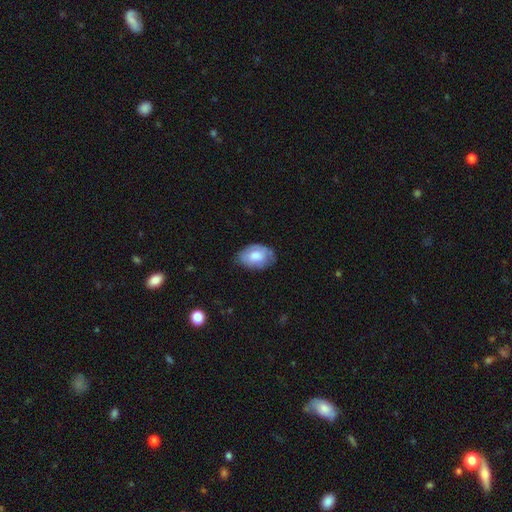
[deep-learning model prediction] The model was most divided on "smooth or featured": smooth: 65%, featured or disk: 28%, star or artifact: 7%. More confident: how rounded — in between (85%); merging — none (65%).